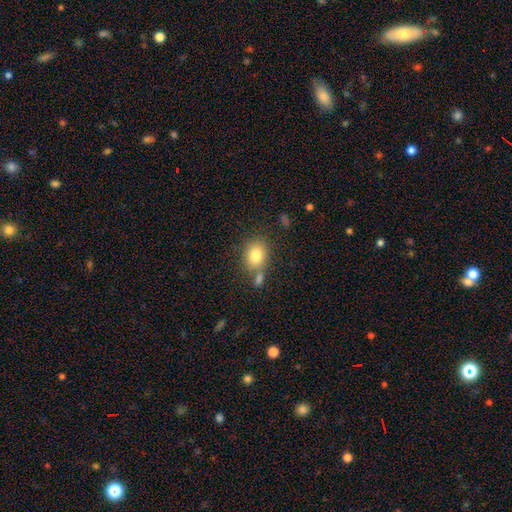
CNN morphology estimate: Smooth or featured? Predicted: smooth (p=0.81). How rounded? Predicted: in between (p=0.55). Merging? Predicted: none (p=0.63).